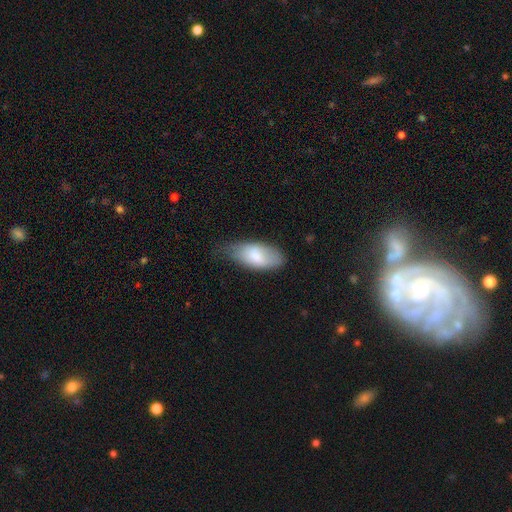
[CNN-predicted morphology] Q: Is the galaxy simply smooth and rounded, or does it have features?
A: smooth — 79%.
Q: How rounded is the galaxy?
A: in between — 92%.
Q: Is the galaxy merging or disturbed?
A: none — 47%.